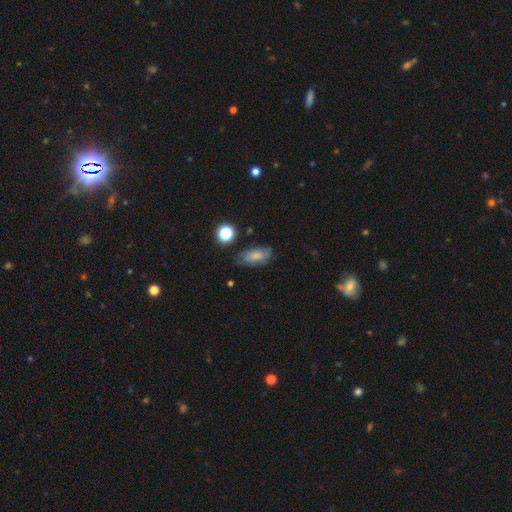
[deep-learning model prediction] Smooth or featured? Predicted: smooth (p=0.66). How rounded? Predicted: in between (p=0.85). Merging? Predicted: none (p=0.70).